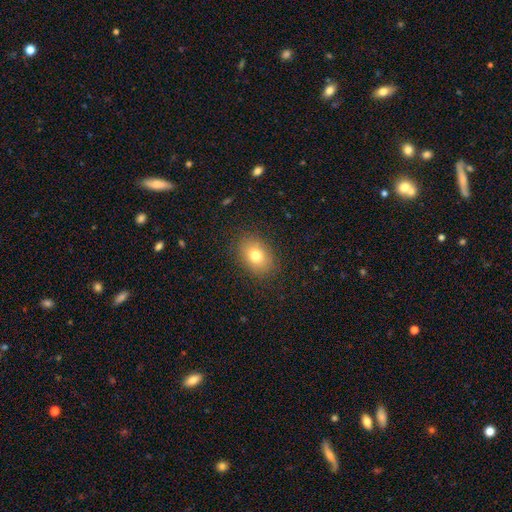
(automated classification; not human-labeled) Smooth or featured?
  - smooth: 77% *
  - featured or disk: 12%
  - star or artifact: 11%
How rounded?
  - in between: 70% *
  - round: 29%
  - cigar-shaped: 1%
Merging?
  - none: 86% *
  - minor disturbance: 10%
  - major disturbance: 3%
  - merger: 1%